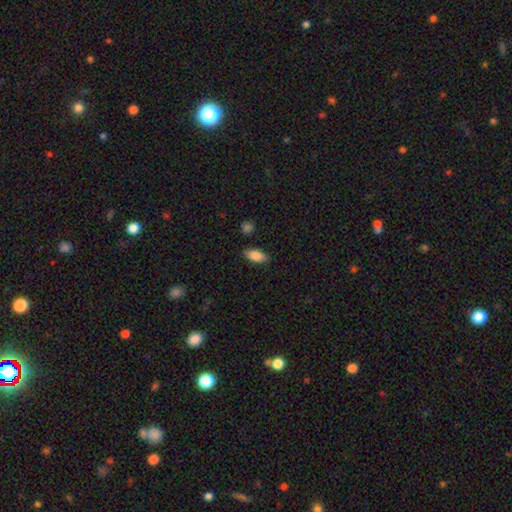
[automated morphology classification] smooth-or-featured: smooth: 81% | featured or disk: 12% | star or artifact: 7%
  how-rounded: in between: 85% | cigar-shaped: 12% | round: 3%
  merging: none: 85% | minor disturbance: 11% | major disturbance: 2% | merger: 2%